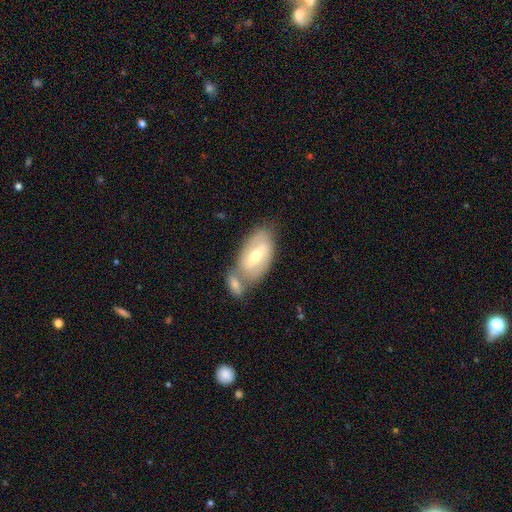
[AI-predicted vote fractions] This appears to be a featured or disk galaxy (55%). Merging: none (44%).